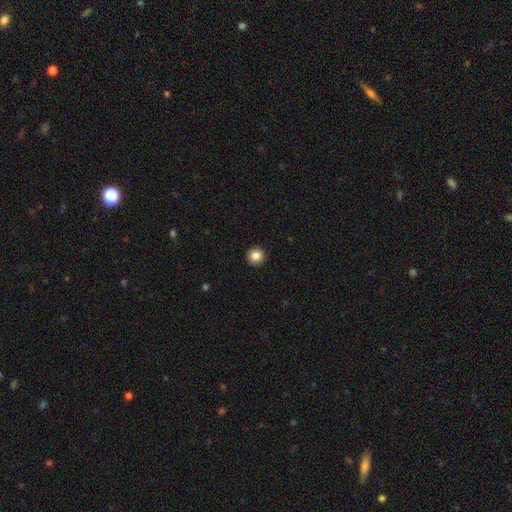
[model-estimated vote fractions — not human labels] Smooth or featured: smooth — 85% (star or artifact — 10%)
How rounded: round — 96% (in between — 4%)
Merging: none — 94% (minor disturbance — 4%)